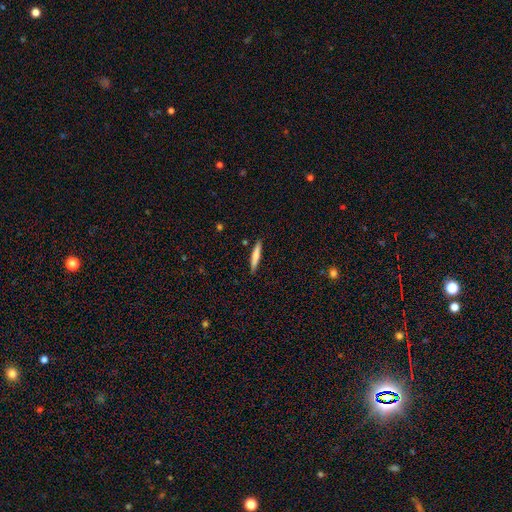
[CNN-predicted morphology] Smooth or featured: smooth — 69% (featured or disk — 25%)
How rounded: cigar-shaped — 92% (in between — 7%)
Merging: none — 89% (minor disturbance — 8%)